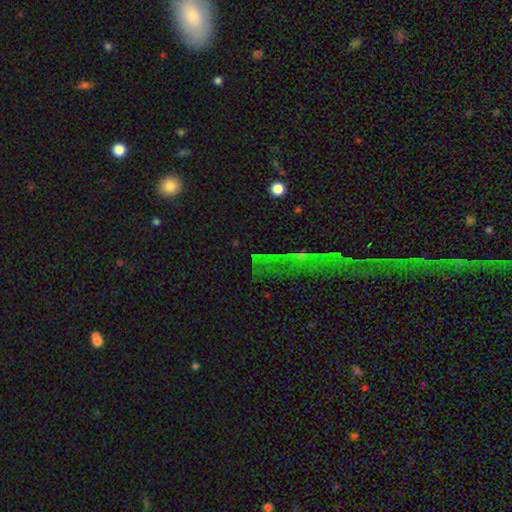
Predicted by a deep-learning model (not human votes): Q: Smooth or featured?
A: star or artifact (61%); runner-up: smooth (22%)